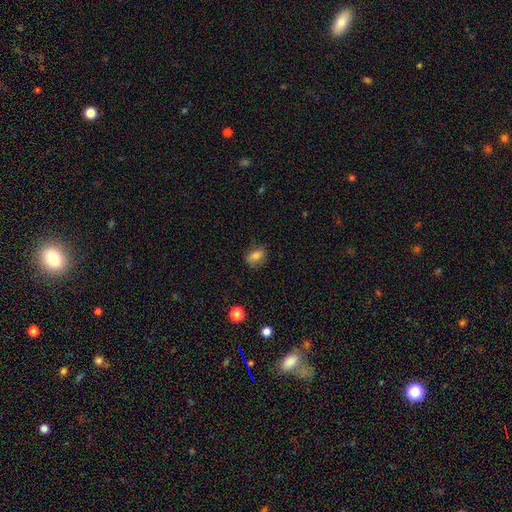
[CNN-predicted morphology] type=smooth (75%); roundness=in between (72%); merging=none (74%).